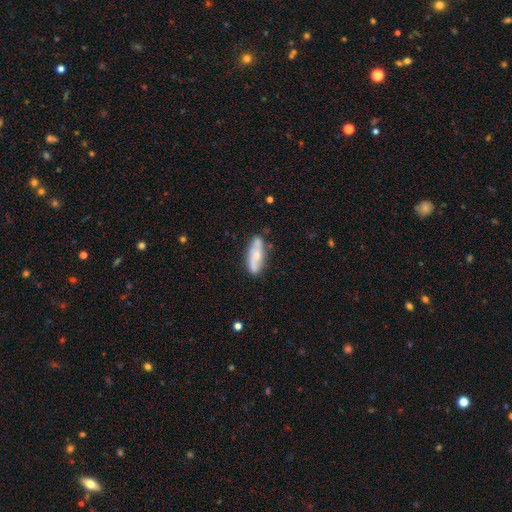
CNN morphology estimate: Overall: smooth (50%; featured or disk 43%). How rounded: in between (56%; cigar-shaped 42%). Merging: none (74%).